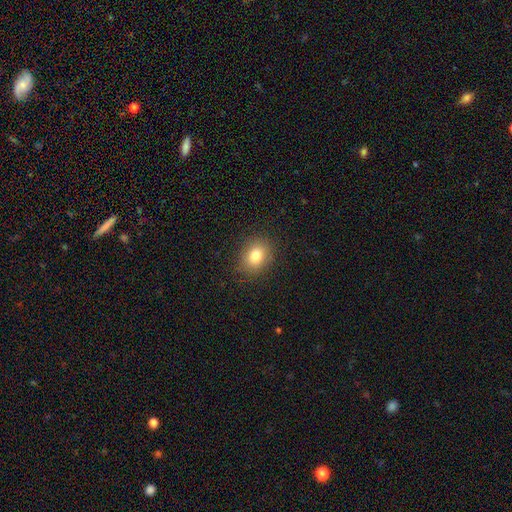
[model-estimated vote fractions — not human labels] Smooth or featured? Predicted: smooth (p=0.81). How rounded? Predicted: in between (p=0.52). Merging? Predicted: none (p=0.86).